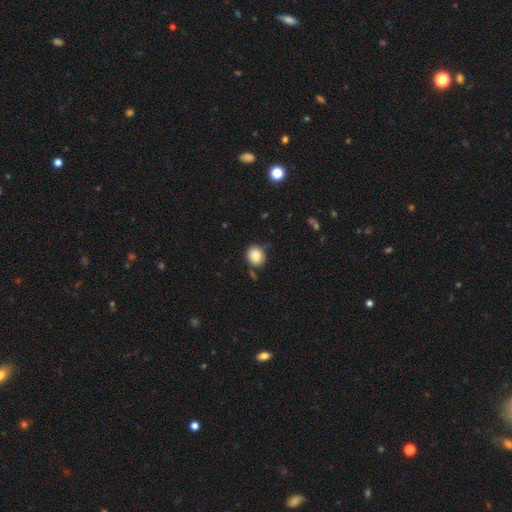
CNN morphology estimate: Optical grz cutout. It shows a smooth galaxy with no disk features (84%) that is round (69%). Merging: none (73%).